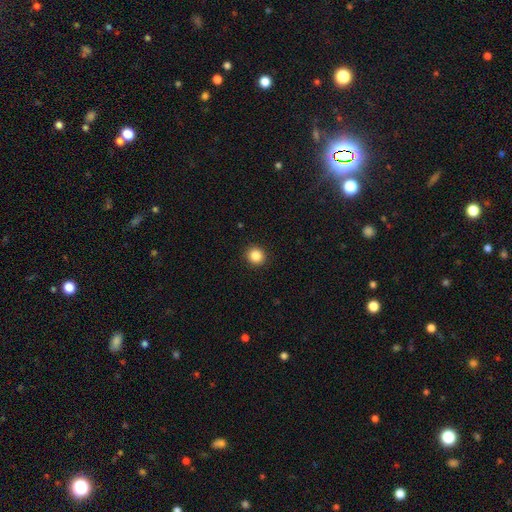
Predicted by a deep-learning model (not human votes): smooth-or-featured: smooth: 86% | star or artifact: 10% | featured or disk: 4%
  how-rounded: round: 89% | in between: 11% | cigar-shaped: 1%
  merging: none: 92% | minor disturbance: 5% | major disturbance: 2% | merger: 1%